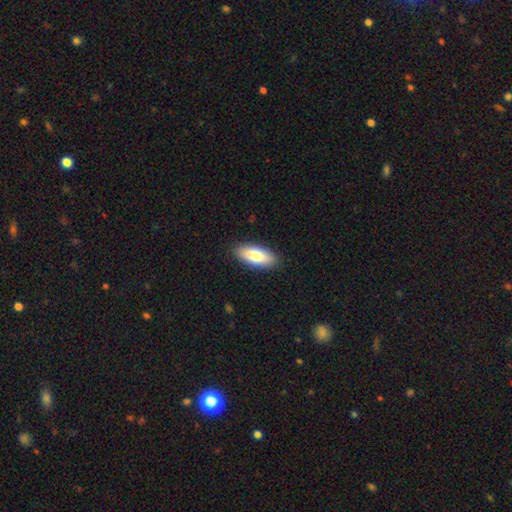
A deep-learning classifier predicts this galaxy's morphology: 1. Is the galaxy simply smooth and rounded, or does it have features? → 78% smooth, 16% featured or disk, 6% star or artifact.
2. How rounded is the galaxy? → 81% in between, 17% cigar-shaped, 2% round.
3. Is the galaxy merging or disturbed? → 89% none, 8% minor disturbance, 2% major disturbance, 1% merger.